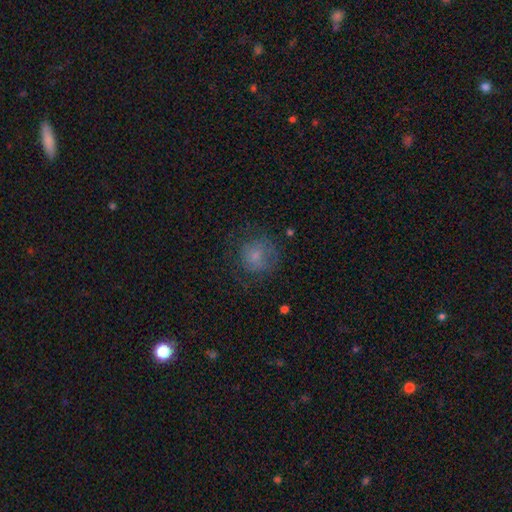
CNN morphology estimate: Overall: smooth (69%). How rounded: round (88%). Merging: none (64%).